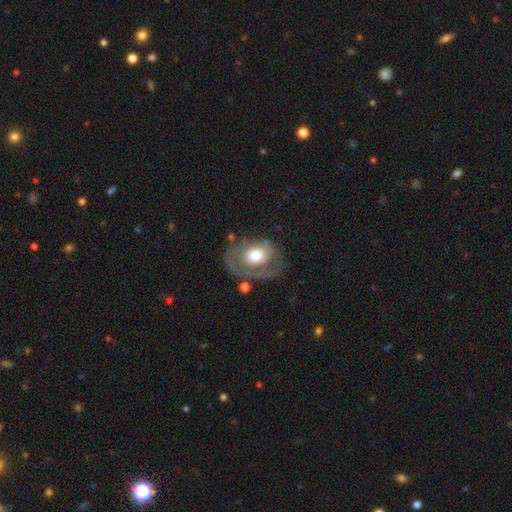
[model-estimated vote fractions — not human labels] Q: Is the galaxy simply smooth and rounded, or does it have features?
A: featured or disk — 47%.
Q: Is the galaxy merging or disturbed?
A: none — 47%.